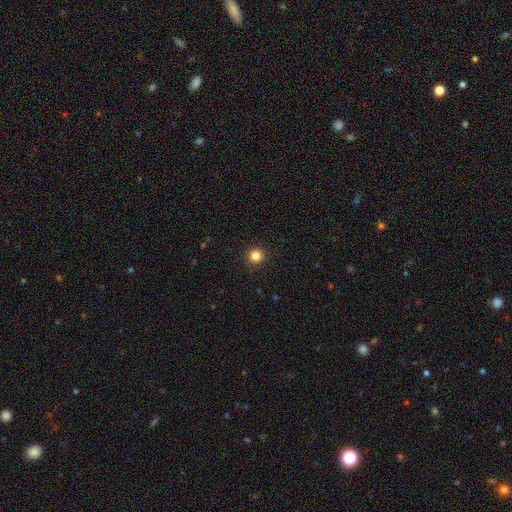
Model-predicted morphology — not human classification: Smooth or featured?
  - smooth: 84% *
  - star or artifact: 12%
  - featured or disk: 4%
How rounded?
  - round: 94% *
  - in between: 5%
  - cigar-shaped: 1%
Merging?
  - none: 92% *
  - minor disturbance: 5%
  - major disturbance: 2%
  - merger: 1%